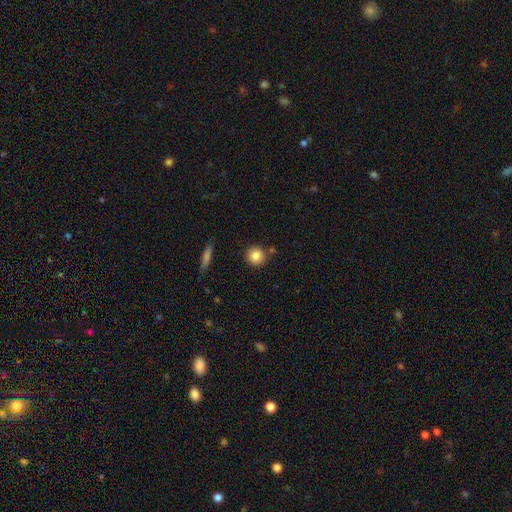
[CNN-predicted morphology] Overall: smooth (85%). How rounded: round (92%). Merging: none (82%).